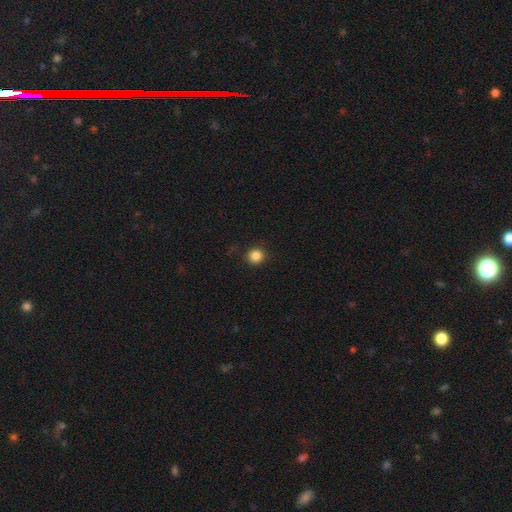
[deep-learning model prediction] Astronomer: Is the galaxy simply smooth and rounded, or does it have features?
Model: smooth — 86%.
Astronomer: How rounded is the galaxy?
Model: round — 93%.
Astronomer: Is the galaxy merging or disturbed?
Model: none — 91%.